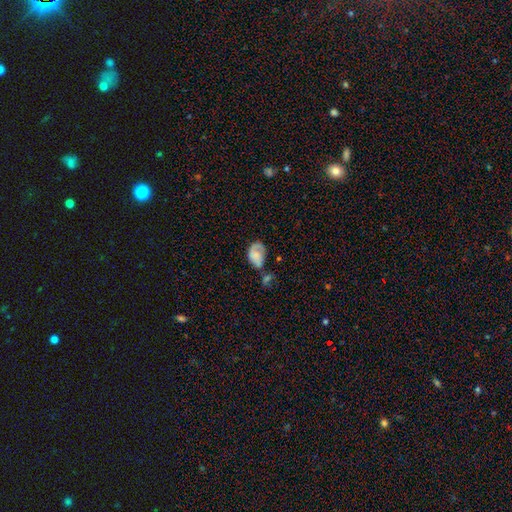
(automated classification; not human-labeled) Q: Smooth or featured?
A: smooth (51%); runner-up: featured or disk (40%)
Q: How rounded?
A: in between (85%); runner-up: round (14%)
Q: Merging?
A: none (33%); runner-up: minor disturbance (28%)